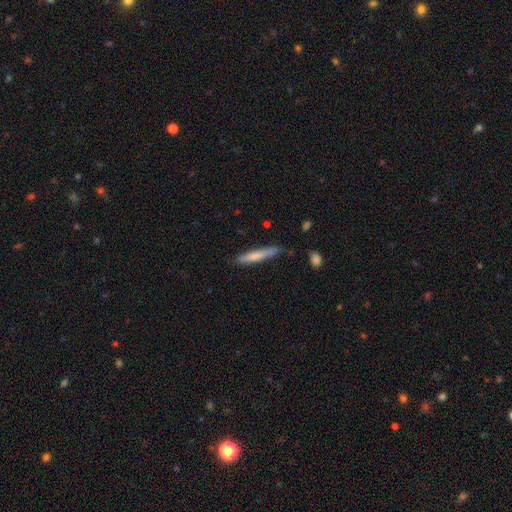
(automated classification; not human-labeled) smooth-or-featured: smooth: 70% | featured or disk: 24% | star or artifact: 6%
  how-rounded: cigar-shaped: 92% | in between: 6% | round: 1%
  merging: none: 75% | minor disturbance: 19% | major disturbance: 3% | merger: 3%